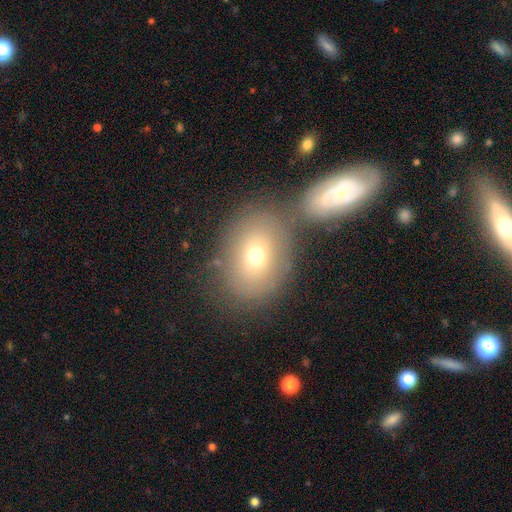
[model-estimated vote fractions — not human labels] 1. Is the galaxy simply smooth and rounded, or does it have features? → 61% smooth, 27% featured or disk, 11% star or artifact.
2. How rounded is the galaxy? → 58% in between, 40% round, 1% cigar-shaped.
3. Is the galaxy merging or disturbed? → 57% none, 25% merger, 13% minor disturbance, 5% major disturbance.